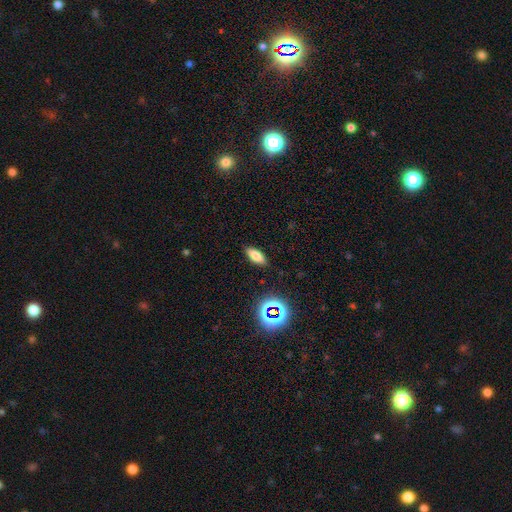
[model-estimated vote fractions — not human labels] Q: Smooth or featured?
A: smooth (72%); runner-up: featured or disk (15%)
Q: How rounded?
A: in between (76%); runner-up: cigar-shaped (20%)
Q: Merging?
A: none (87%); runner-up: minor disturbance (9%)